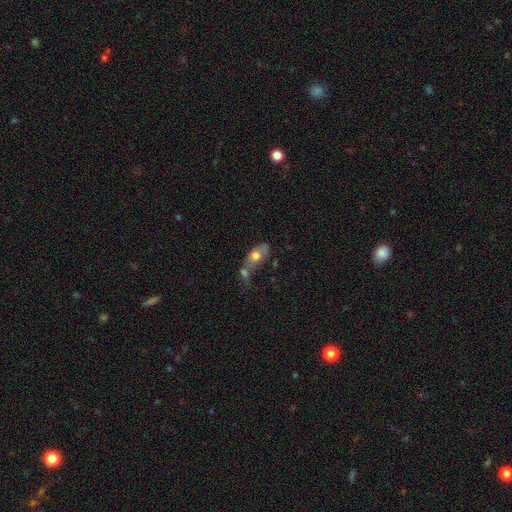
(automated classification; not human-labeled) Smooth or featured? Predicted: smooth (p=0.63). How rounded? Predicted: in between (p=0.83). Merging? Predicted: merger (p=0.47).